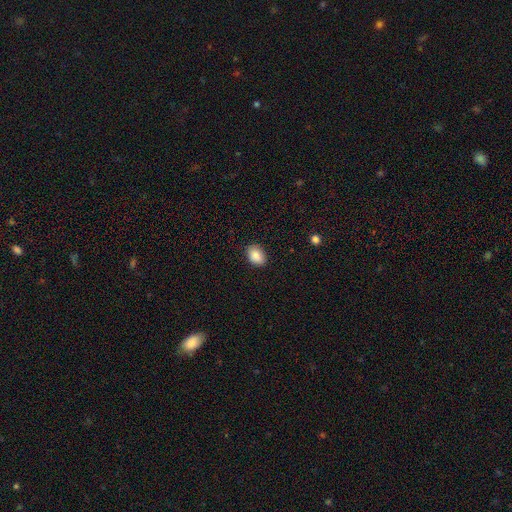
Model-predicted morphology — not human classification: smooth 88%, star or artifact 8%, featured or disk 5%. Down the decision tree: how rounded — in between (77%); merging — none (86%).